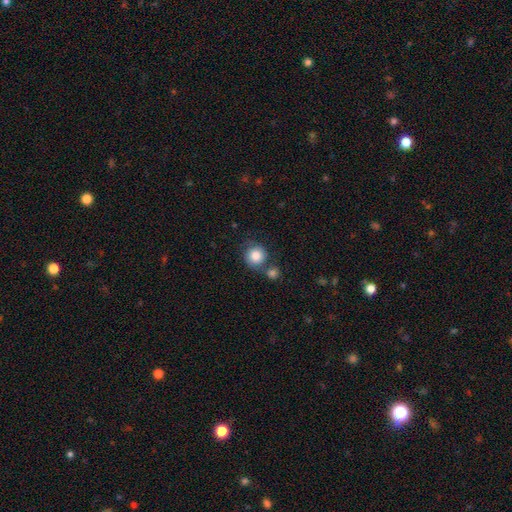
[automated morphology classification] Overall: smooth (82%). How rounded: round (89%). Merging: none (59%; merger 22%).